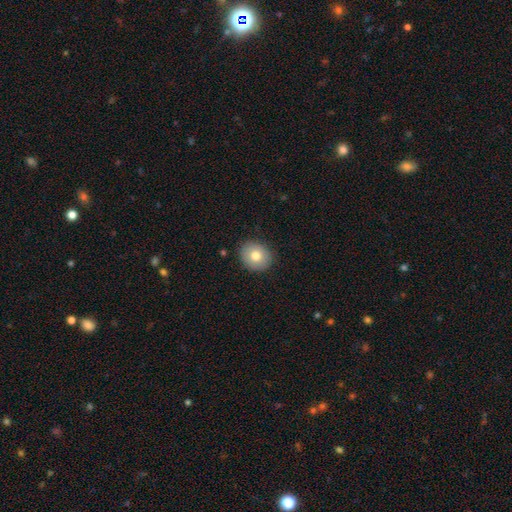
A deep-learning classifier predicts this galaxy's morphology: Smooth or featured?
  - smooth: 77% *
  - featured or disk: 15%
  - star or artifact: 9%
How rounded?
  - round: 71% *
  - in between: 28%
  - cigar-shaped: 1%
Merging?
  - none: 88% *
  - minor disturbance: 9%
  - major disturbance: 2%
  - merger: 1%